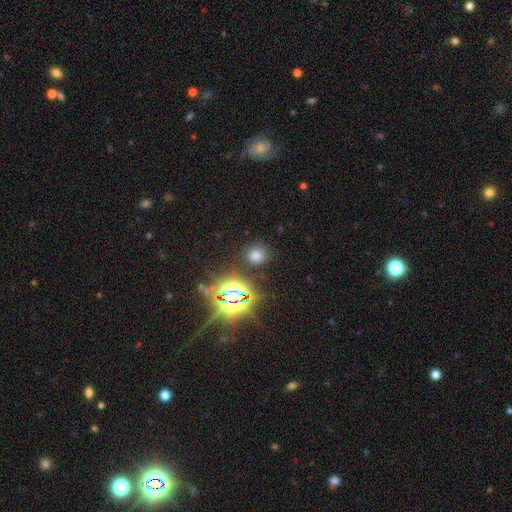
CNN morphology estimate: This is likely a smooth galaxy (63%). How rounded: likely round (71%). Merging: clearly none (83%).